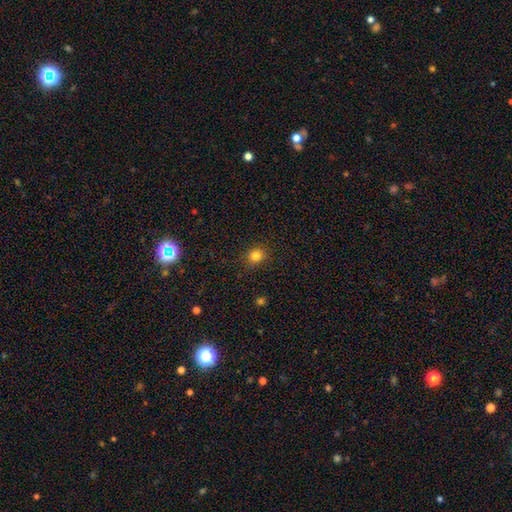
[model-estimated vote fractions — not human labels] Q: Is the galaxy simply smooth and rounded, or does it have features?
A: smooth — 83%.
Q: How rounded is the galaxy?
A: round — 78%.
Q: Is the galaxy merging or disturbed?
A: none — 89%.